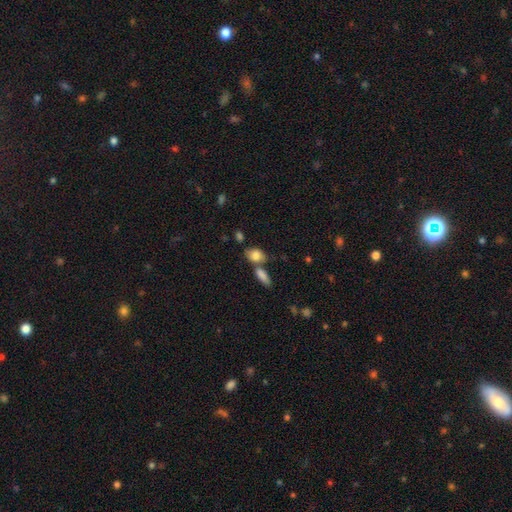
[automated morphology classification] Smooth or featured? smooth (83%)
How rounded? in between (82%)
Merging? none (47%)